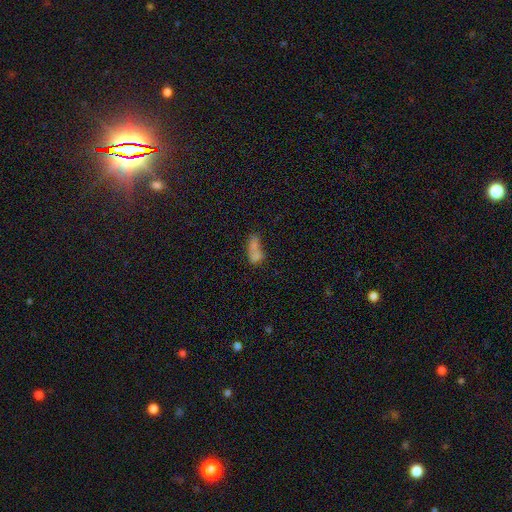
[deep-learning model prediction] Smooth or featured: smooth — 68% (featured or disk — 18%)
How rounded: in between — 74% (cigar-shaped — 16%)
Merging: merger — 50% (none — 25%)